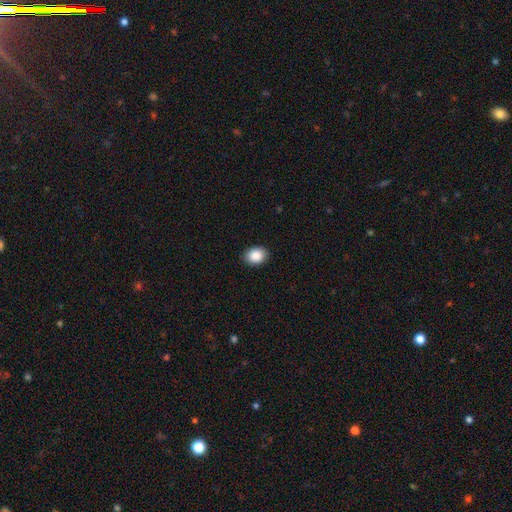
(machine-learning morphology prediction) smooth-or-featured: smooth: 88% | star or artifact: 8% | featured or disk: 4%
  how-rounded: in between: 59% | round: 40% | cigar-shaped: 1%
  merging: none: 89% | minor disturbance: 8% | major disturbance: 2% | merger: 1%